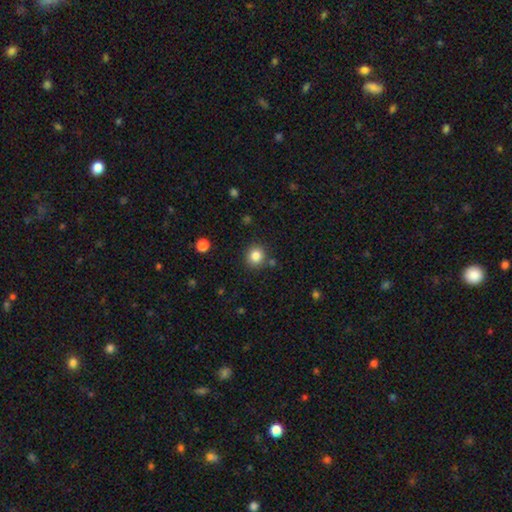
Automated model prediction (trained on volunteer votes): Q: Smooth or featured?
A: smooth (84%); runner-up: star or artifact (11%)
Q: How rounded?
A: round (90%); runner-up: in between (9%)
Q: Merging?
A: none (84%); runner-up: minor disturbance (8%)